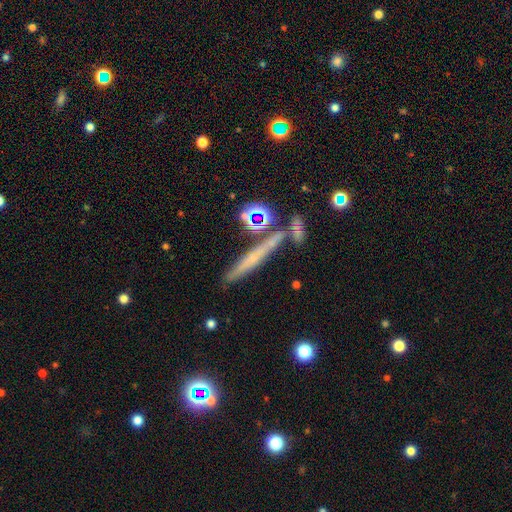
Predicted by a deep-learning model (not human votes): This appears to be a smooth galaxy with no disk features (43%). Merging: none (69%).